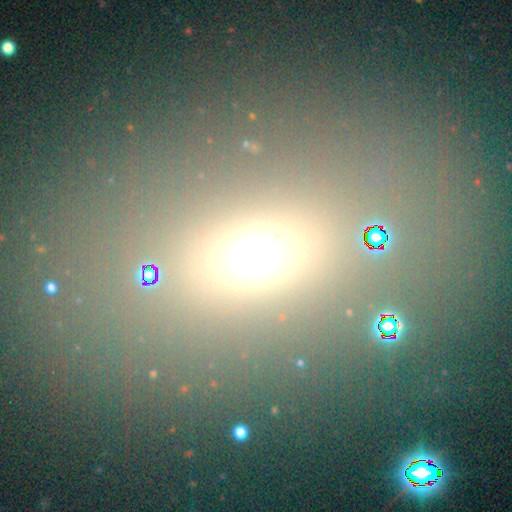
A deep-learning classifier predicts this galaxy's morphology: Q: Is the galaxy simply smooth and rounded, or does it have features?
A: smooth — 59%.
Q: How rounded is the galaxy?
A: in between — 56%.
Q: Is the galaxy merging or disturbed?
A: none — 72%.